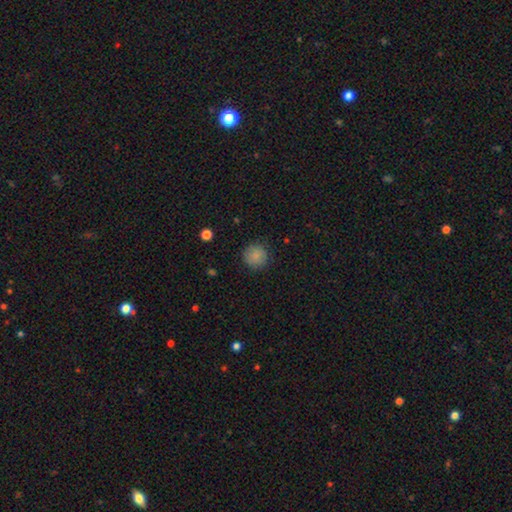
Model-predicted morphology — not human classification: A smooth galaxy with no disk features (86%) that is round (94%).

Vote fractions:
- Smooth or featured? smooth: 86% / star or artifact: 9% / featured or disk: 5%
- How rounded? round: 94% / in between: 5% / cigar-shaped: 1%
- Merging? none: 87% / minor disturbance: 10% / major disturbance: 3% / merger: 1%